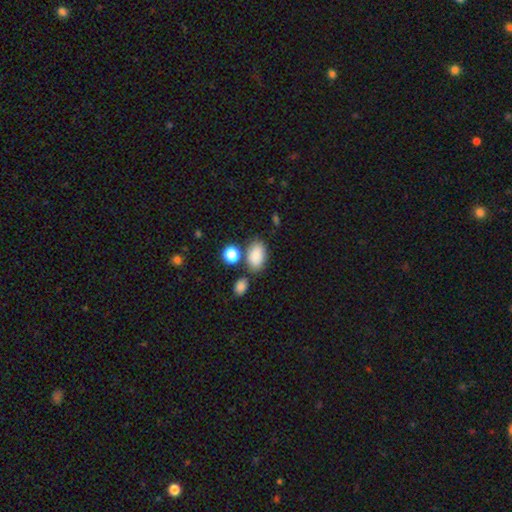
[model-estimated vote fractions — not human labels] Smooth or featured: smooth — 86% (star or artifact — 8%)
How rounded: in between — 89% (round — 10%)
Merging: none — 69% (minor disturbance — 14%)